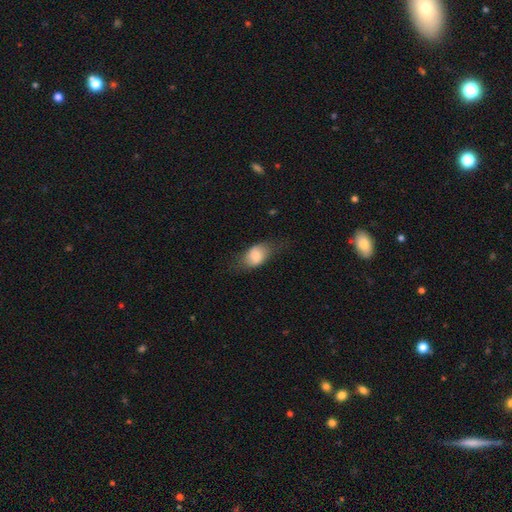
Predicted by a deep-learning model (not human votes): A smooth galaxy with no disk features (77%) that is in between round and cigar-shaped (83%).

Vote fractions:
- Smooth or featured? smooth: 77% / featured or disk: 16% / star or artifact: 7%
- How rounded? in between: 83% / round: 14% / cigar-shaped: 3%
- Merging? none: 56% / minor disturbance: 28% / major disturbance: 14% / merger: 1%